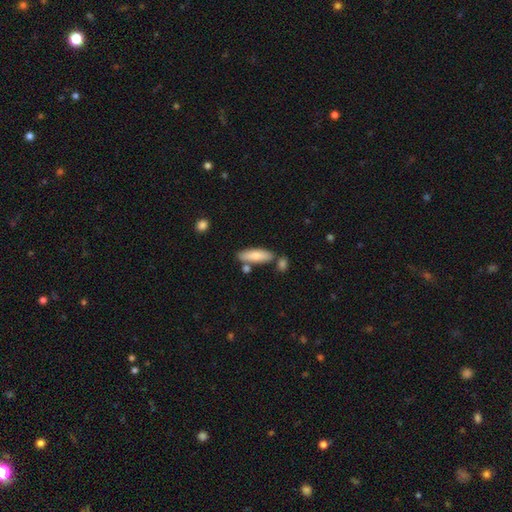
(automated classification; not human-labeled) The model was most divided on "how rounded": cigar-shaped: 52%, in between: 46%, round: 2%. More confident: smooth or featured — smooth (76%); merging — none (73%).